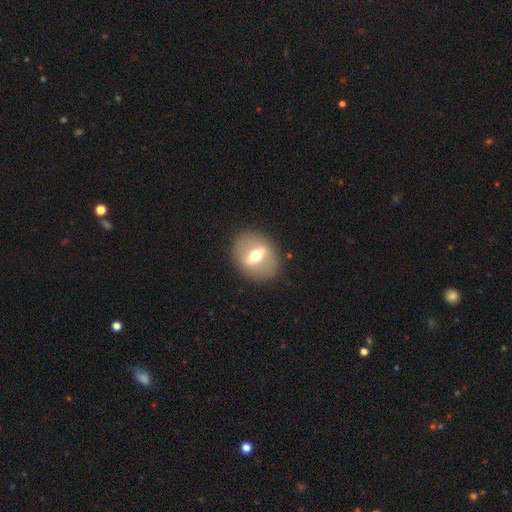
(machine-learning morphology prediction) A featured or disk galaxy (57%).

Vote fractions:
- Smooth or featured? featured or disk: 57% / smooth: 35% / star or artifact: 8%
- Edge-on disk? no: 71% / yes: 29%
- Merging? none: 88% / minor disturbance: 8% / major disturbance: 4% / merger: 1%